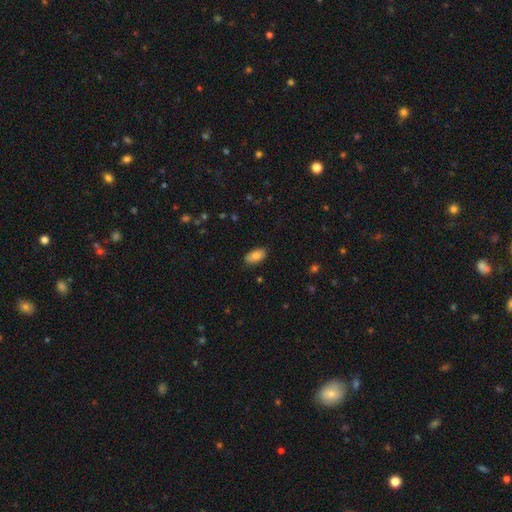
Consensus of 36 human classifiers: smooth_or_featured: smooth (p=0.89) [alt: featured or disk p=0.11]
how_rounded: in between (p=0.91) [alt: cigar-shaped p=0.06]
merging: none (p=0.83) [alt: minor disturbance p=0.11]